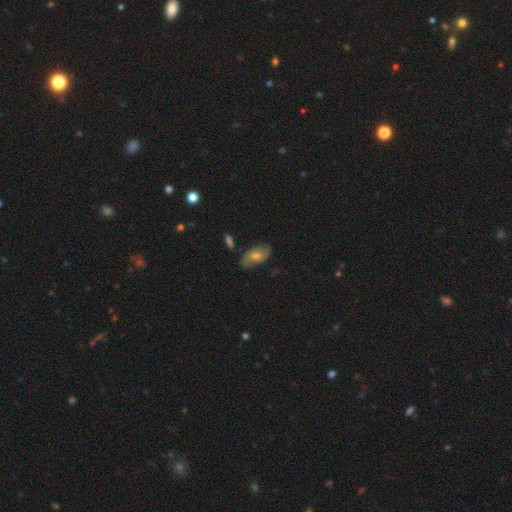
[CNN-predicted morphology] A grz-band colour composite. It shows a featured or disk galaxy (55%) with no bar (66%), spiral arms (80%) and a moderate central bulge (57%). Merging: none (75%).